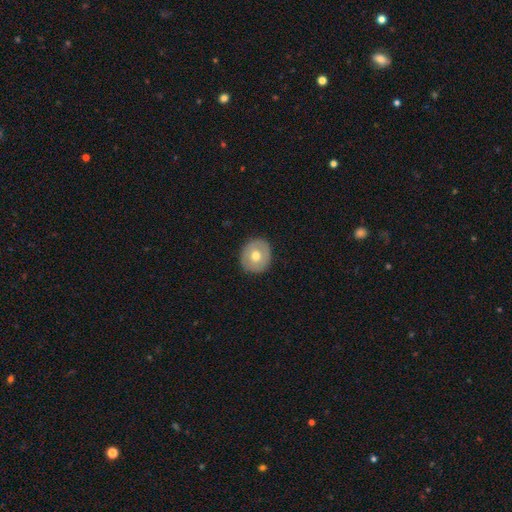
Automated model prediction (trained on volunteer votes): The model was most divided on "smooth or featured": smooth: 62%, featured or disk: 31%, star or artifact: 7%. More confident: merging — none (88%); how rounded — round (83%).